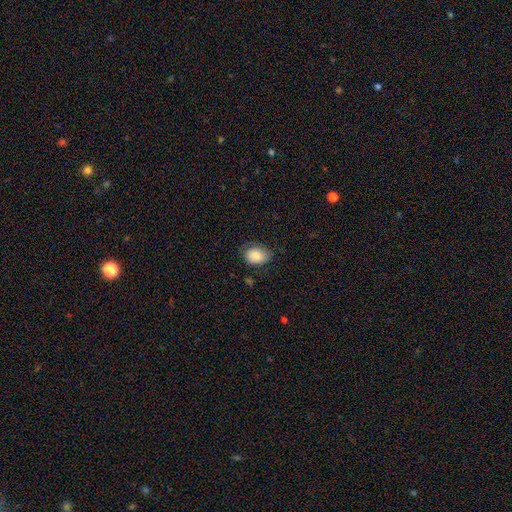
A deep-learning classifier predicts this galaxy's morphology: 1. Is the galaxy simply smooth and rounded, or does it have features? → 83% smooth, 9% featured or disk, 8% star or artifact.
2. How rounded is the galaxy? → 70% in between, 29% round, 1% cigar-shaped.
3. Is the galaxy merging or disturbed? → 70% none, 24% minor disturbance, 5% major disturbance, 1% merger.